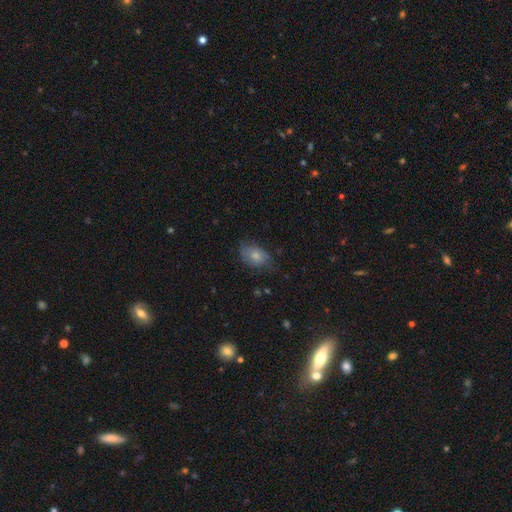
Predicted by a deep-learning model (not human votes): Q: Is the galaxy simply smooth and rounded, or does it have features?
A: smooth — 74%.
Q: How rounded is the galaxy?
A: in between — 82%.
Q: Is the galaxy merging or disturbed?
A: none — 61%.